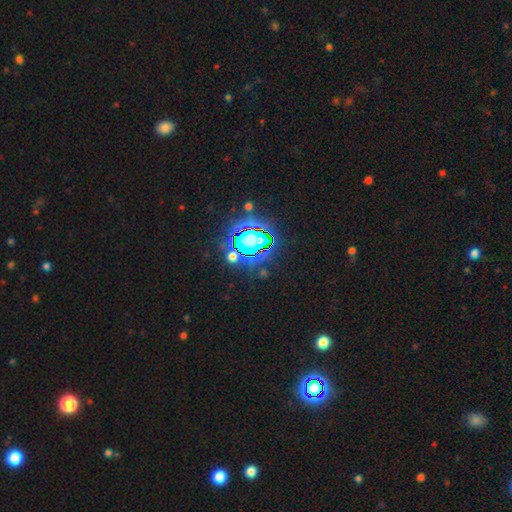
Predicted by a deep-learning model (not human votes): This is clearly a star or artifact rather than a galaxy (83%).